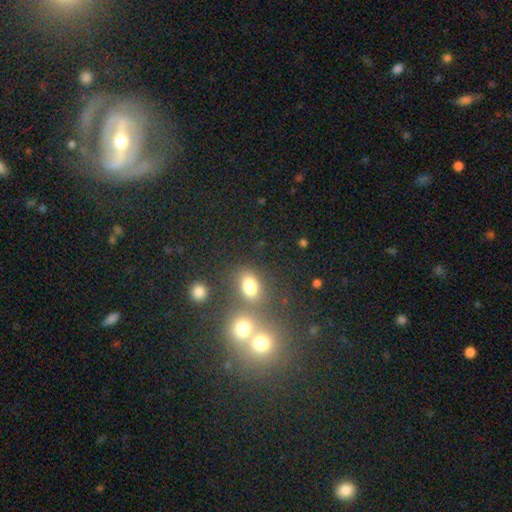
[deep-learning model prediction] Smooth or featured: smooth — 46% (star or artifact — 29%)
Merging: none — 50% (merger — 31%)